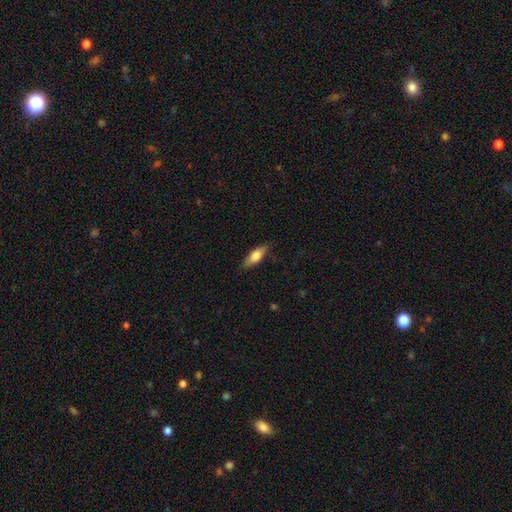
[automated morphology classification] Smooth or featured: smooth — 68% (featured or disk — 26%)
How rounded: in between — 56% (cigar-shaped — 41%)
Merging: none — 83% (minor disturbance — 13%)